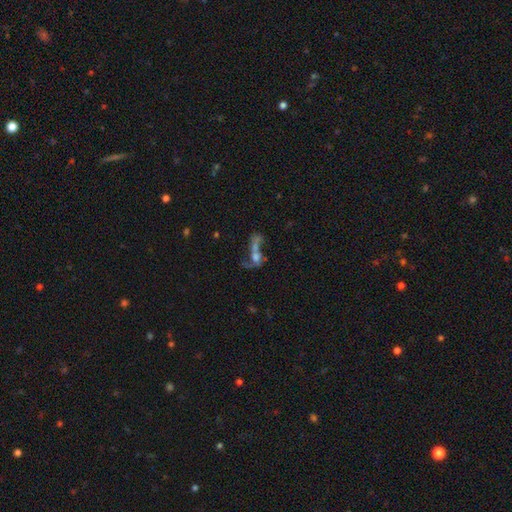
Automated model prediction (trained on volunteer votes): Q: Smooth or featured?
A: featured or disk (50%); runner-up: smooth (31%)
Q: Merging?
A: merger (53%); runner-up: none (20%)